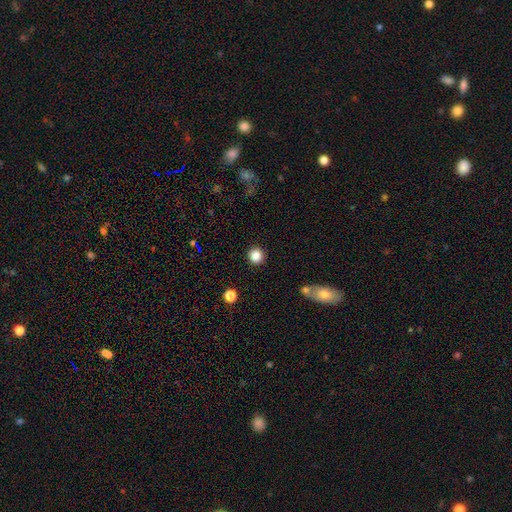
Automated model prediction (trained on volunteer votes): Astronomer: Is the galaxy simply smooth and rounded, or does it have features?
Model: smooth — 86%.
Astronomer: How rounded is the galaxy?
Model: round — 94%.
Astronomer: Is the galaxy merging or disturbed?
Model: none — 90%.